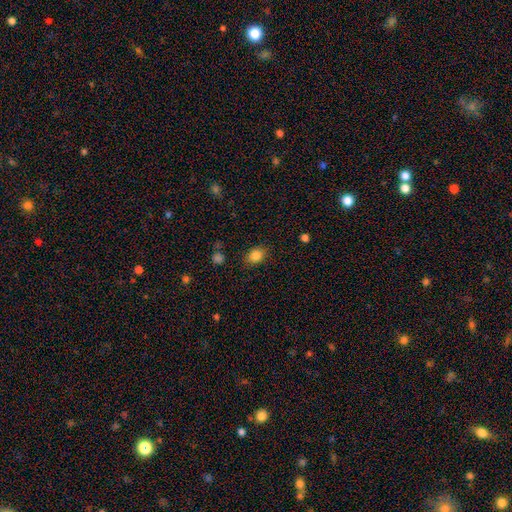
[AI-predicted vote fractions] Smooth or featured? Predicted: smooth (p=0.84). How rounded? Predicted: in between (p=0.63). Merging? Predicted: none (p=0.84).